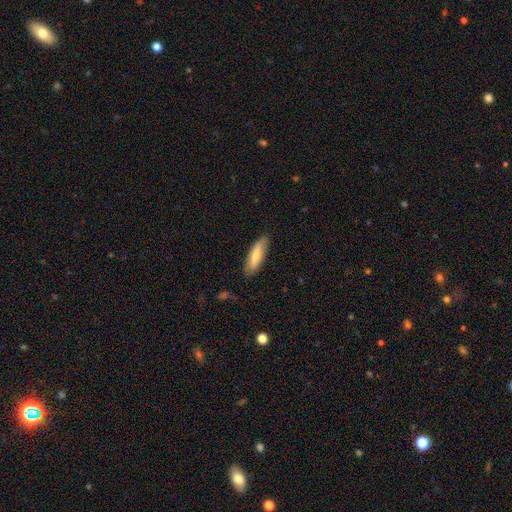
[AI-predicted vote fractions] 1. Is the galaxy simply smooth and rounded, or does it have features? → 74% smooth, 20% featured or disk, 6% star or artifact.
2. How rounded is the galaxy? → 63% cigar-shaped, 36% in between, 1% round.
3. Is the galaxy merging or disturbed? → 83% none, 13% minor disturbance, 3% major disturbance, 1% merger.